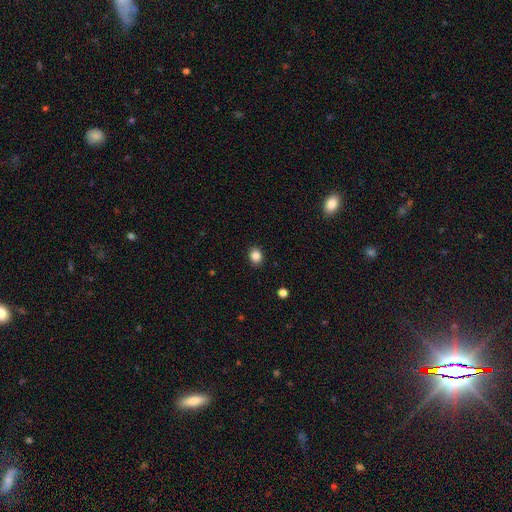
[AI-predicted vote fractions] Smooth or featured?
  - smooth: 85% *
  - star or artifact: 10%
  - featured or disk: 5%
How rounded?
  - round: 52% *
  - in between: 47%
  - cigar-shaped: 1%
Merging?
  - none: 90% *
  - minor disturbance: 7%
  - major disturbance: 2%
  - merger: 1%